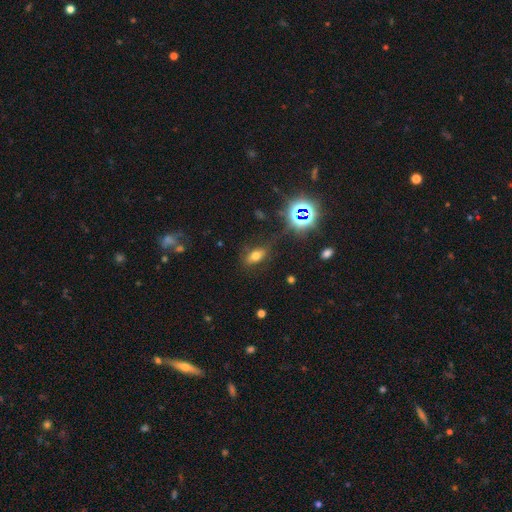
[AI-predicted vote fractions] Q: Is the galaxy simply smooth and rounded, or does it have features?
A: smooth — 61%.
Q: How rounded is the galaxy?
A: in between — 81%.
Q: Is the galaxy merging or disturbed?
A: none — 75%.